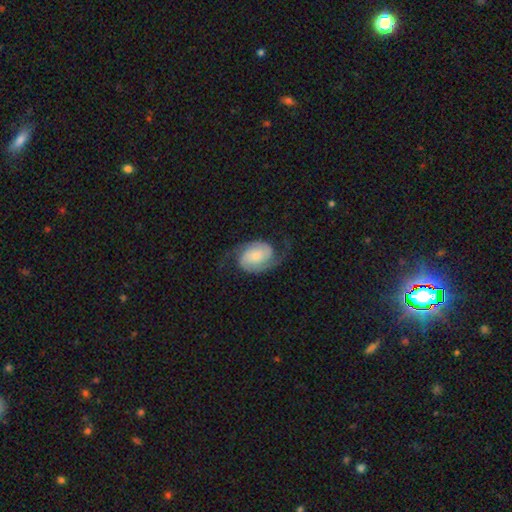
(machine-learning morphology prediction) This is clearly a featured or disk galaxy (82%). It is clearly not viewed edge-on (98%). Bar: likely no (65%). Spiral arm pattern: clearly yes (97%). Spiral arm count: clearly 2 (92%). Spiral winding: marginally medium (45%). Central bulge: possibly small (49%). Merging: likely none (71%).